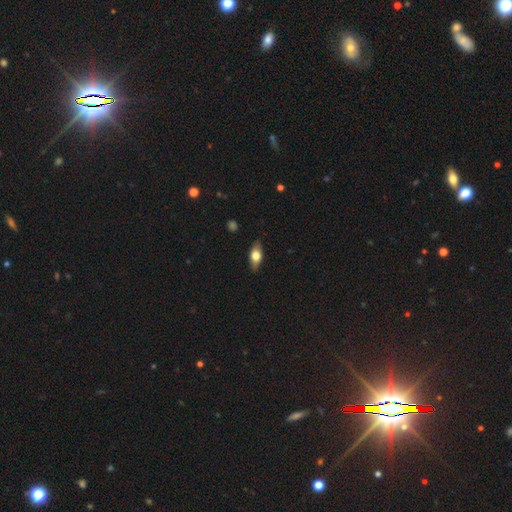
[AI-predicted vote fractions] Smooth or featured? Predicted: smooth (p=0.60). How rounded? Predicted: in between (p=0.80). Merging? Predicted: none (p=0.84).